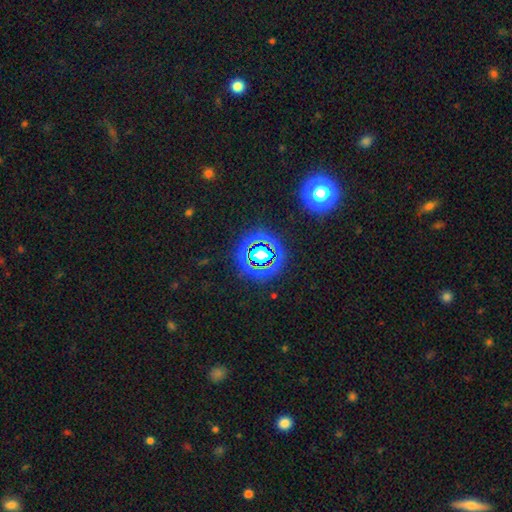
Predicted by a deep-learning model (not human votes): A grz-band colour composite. It shows a star or artifact, not a galaxy (79%).